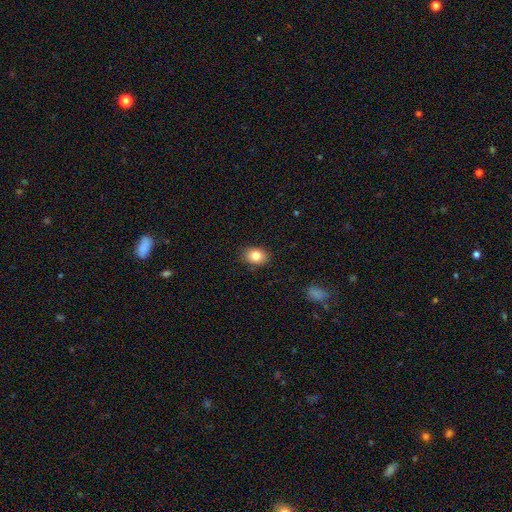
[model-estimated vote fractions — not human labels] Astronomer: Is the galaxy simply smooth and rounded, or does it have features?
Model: smooth — 83%.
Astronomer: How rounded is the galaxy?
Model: in between — 64%.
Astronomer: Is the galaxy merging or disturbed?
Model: none — 88%.